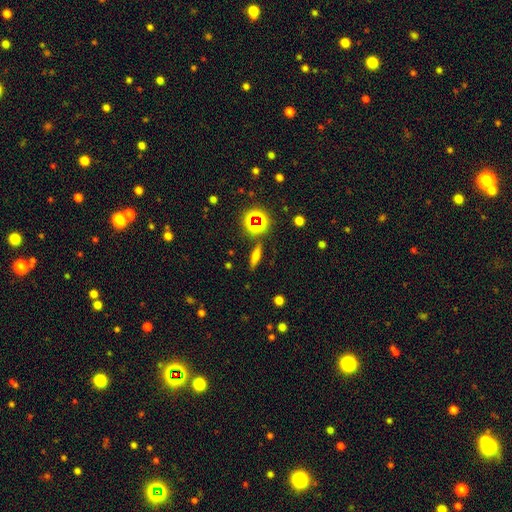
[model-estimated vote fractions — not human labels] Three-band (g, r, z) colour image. It shows a smooth galaxy with no disk features (53%) that is cigar-shaped (62%). Merging: none (84%).